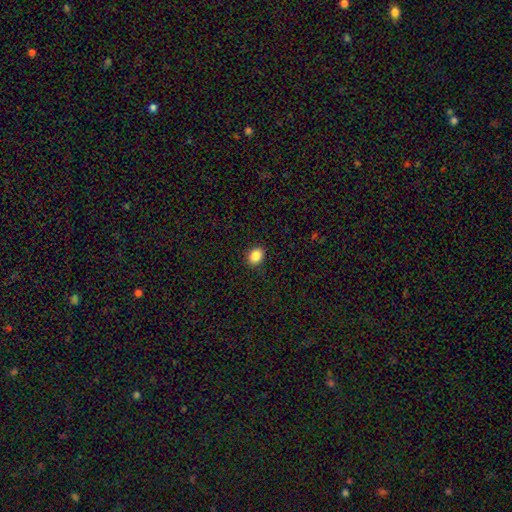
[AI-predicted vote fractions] A smooth galaxy with no disk features (87%) that is in between round and cigar-shaped (57%).

Vote fractions:
- Smooth or featured? smooth: 87% / star or artifact: 9% / featured or disk: 4%
- How rounded? in between: 57% / round: 42% / cigar-shaped: 1%
- Merging? none: 89% / minor disturbance: 8% / major disturbance: 2% / merger: 1%